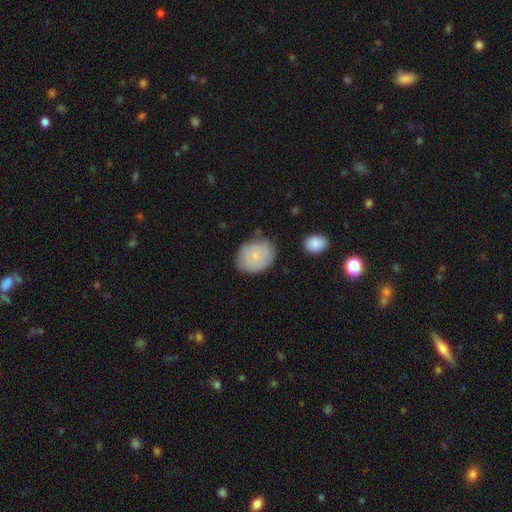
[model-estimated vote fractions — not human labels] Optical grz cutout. It shows a smooth galaxy with no disk features (60%) that is in between round and cigar-shaped (52%). Merging: none (70%).